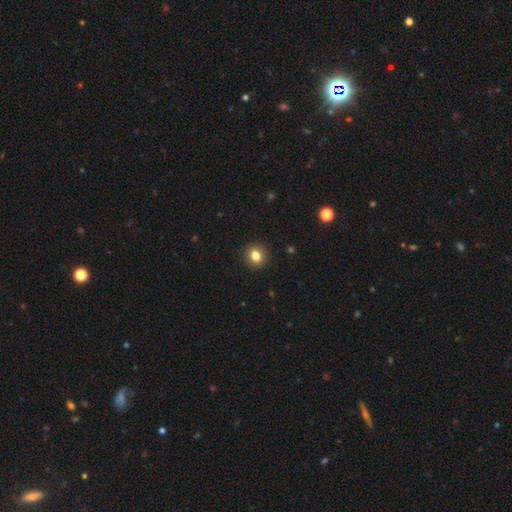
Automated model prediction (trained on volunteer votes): Overall: smooth (82%). How rounded: round (82%). Merging: none (92%).